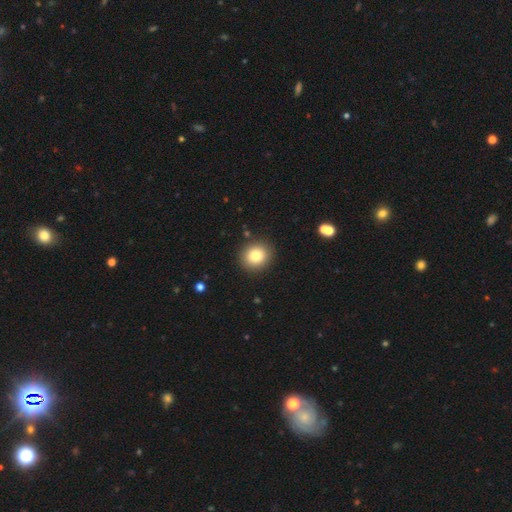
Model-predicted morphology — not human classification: Smooth or featured? Predicted: smooth (p=0.81). How rounded? Predicted: round (p=0.82). Merging? Predicted: none (p=0.90).